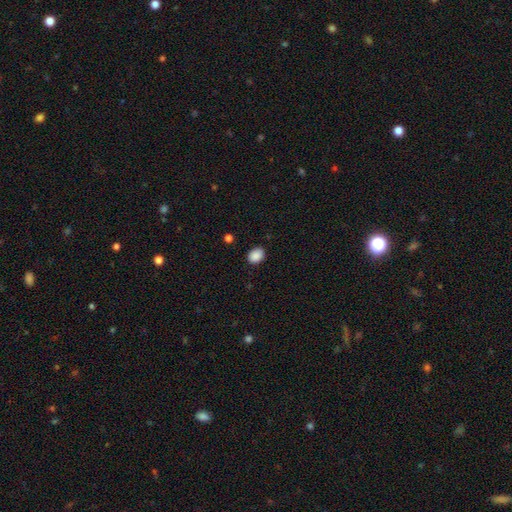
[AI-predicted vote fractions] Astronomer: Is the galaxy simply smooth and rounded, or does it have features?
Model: smooth — 89%.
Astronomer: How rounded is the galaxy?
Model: in between — 65%.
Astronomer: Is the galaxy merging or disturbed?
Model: none — 86%.